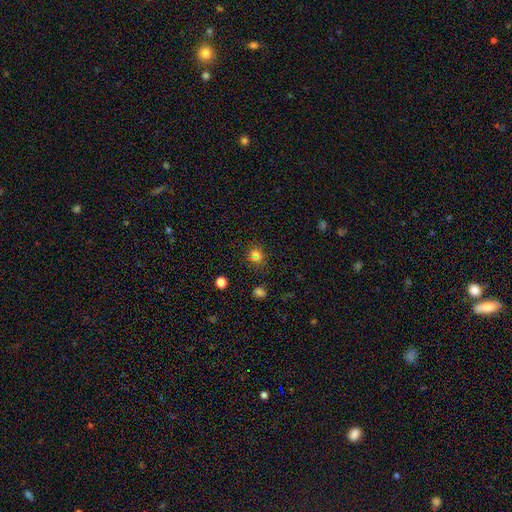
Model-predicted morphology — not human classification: Smooth or featured: smooth — 66% (star or artifact — 26%)
How rounded: round — 80% (in between — 18%)
Merging: none — 80% (minor disturbance — 10%)